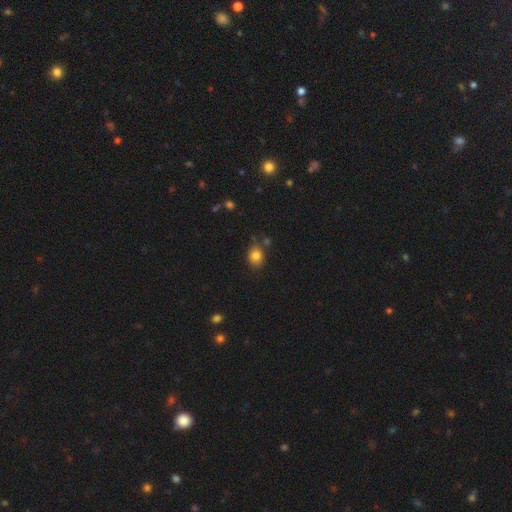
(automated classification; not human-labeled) Q: Smooth or featured?
A: smooth (83%); runner-up: star or artifact (10%)
Q: How rounded?
A: in between (51%); runner-up: round (48%)
Q: Merging?
A: none (72%); runner-up: minor disturbance (17%)